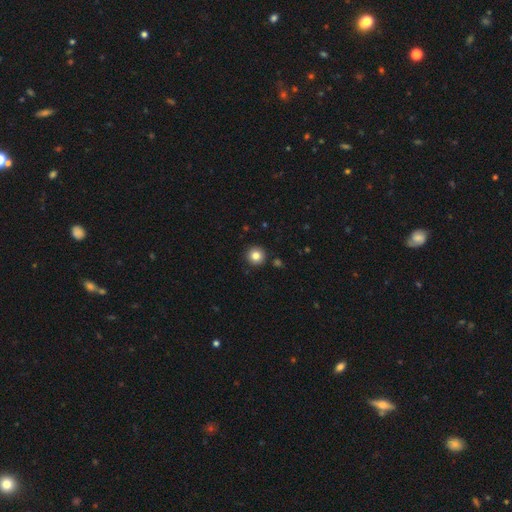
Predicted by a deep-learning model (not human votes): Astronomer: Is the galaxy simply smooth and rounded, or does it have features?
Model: smooth — 83%.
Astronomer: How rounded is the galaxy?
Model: round — 95%.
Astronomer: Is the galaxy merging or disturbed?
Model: none — 91%.